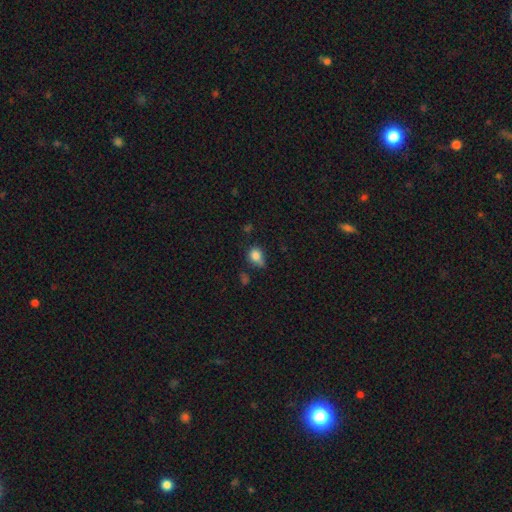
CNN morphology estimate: The model was most divided on "how rounded": round: 56%, in between: 43%, cigar-shaped: 1%. Remaining: smooth or featured — smooth (83%); merging — none (48%).